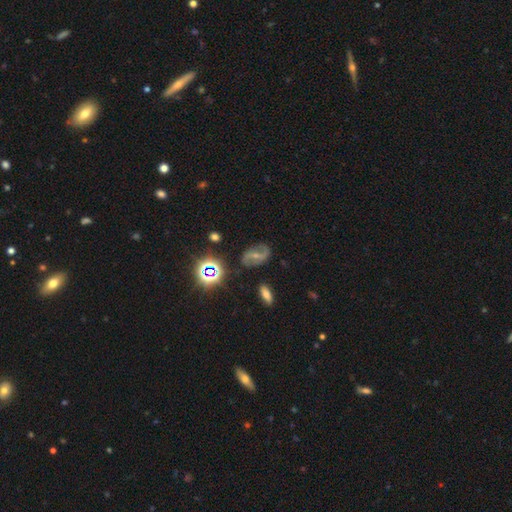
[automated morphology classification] A featured or disk galaxy (64%) with a weak bar (39%), 2 (88%) loose (45%) spiral arms (87%) and a small central bulge (61%). Merging: none (77%).